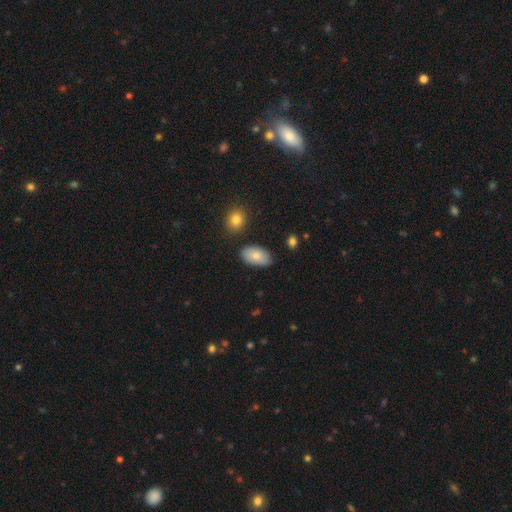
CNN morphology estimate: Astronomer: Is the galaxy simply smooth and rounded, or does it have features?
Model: smooth — 82%.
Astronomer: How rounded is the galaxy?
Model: in between — 94%.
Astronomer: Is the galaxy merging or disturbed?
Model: none — 78%.